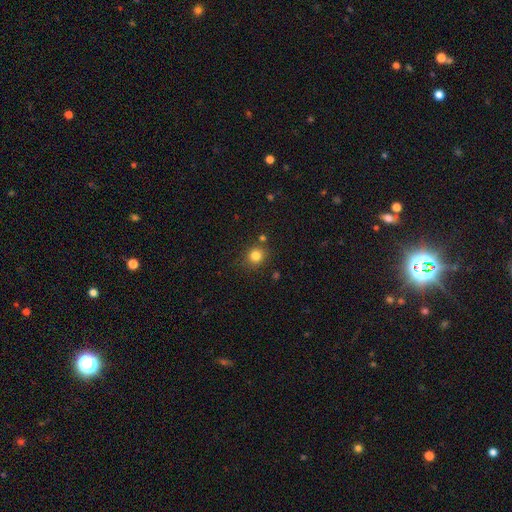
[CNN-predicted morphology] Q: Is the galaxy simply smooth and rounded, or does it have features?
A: smooth — 82%.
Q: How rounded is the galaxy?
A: round — 85%.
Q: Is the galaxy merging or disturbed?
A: none — 81%.